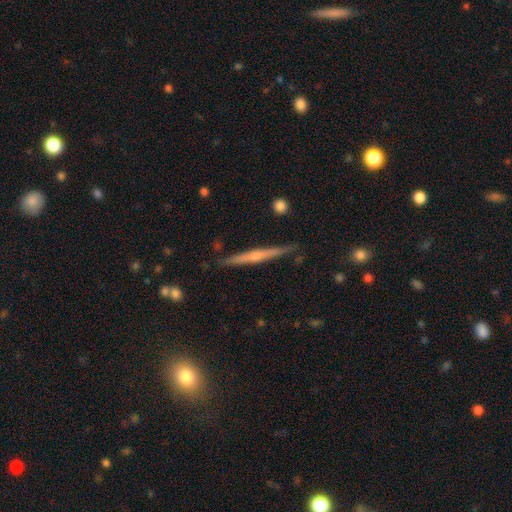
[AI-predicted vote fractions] featured or disk 61%, smooth 33%, star or artifact 6%. Down the decision tree: edge-on disk — yes (98%); edge-on bulge — rounded (53%); merging — none (88%).